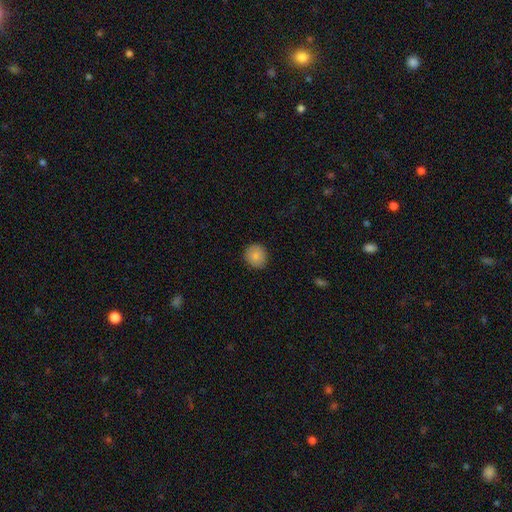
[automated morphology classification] smooth-or-featured: smooth: 85% | star or artifact: 8% | featured or disk: 7%
  how-rounded: round: 86% | in between: 13% | cigar-shaped: 1%
  merging: none: 90% | minor disturbance: 8% | major disturbance: 2% | merger: 1%